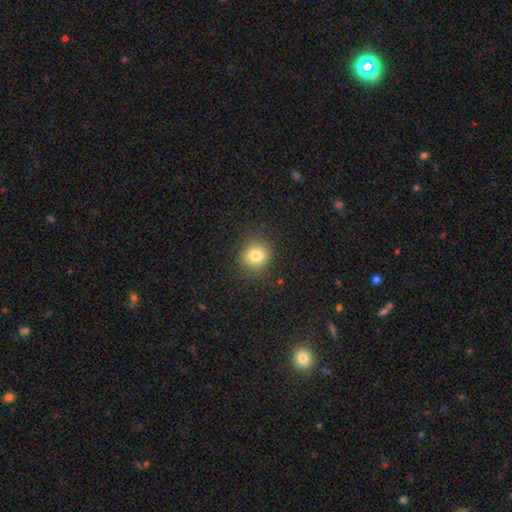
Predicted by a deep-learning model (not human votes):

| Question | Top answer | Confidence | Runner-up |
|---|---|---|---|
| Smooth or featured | smooth | 79% | star or artifact (13%) |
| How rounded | round | 88% | in between (11%) |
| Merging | none | 87% | minor disturbance (9%) |